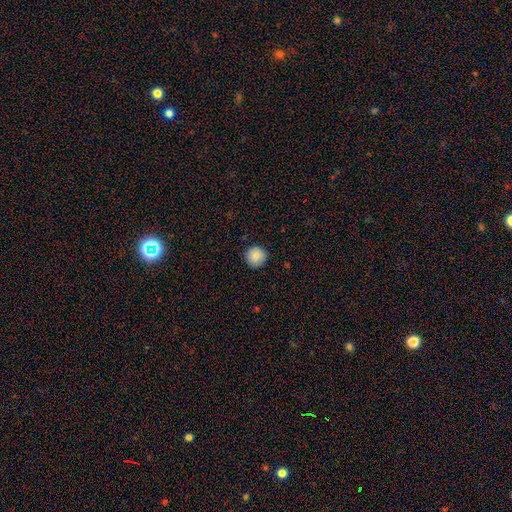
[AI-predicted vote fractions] smooth-or-featured: smooth: 88% | star or artifact: 8% | featured or disk: 4%
  how-rounded: round: 95% | in between: 4% | cigar-shaped: 1%
  merging: none: 91% | minor disturbance: 6% | major disturbance: 2% | merger: 1%